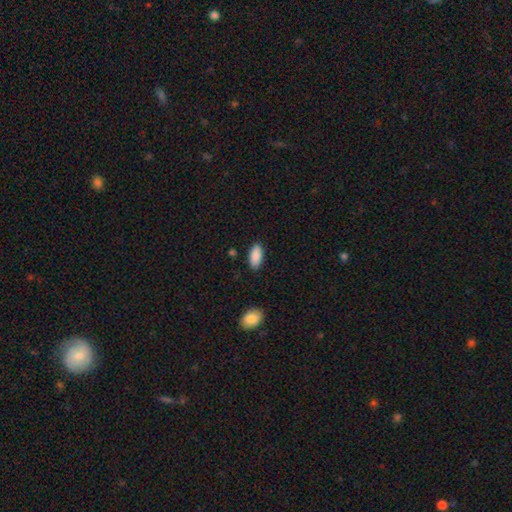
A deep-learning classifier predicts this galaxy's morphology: Smooth or featured? Predicted: smooth (p=0.90). How rounded? Predicted: in between (p=0.91). Merging? Predicted: none (p=0.86).